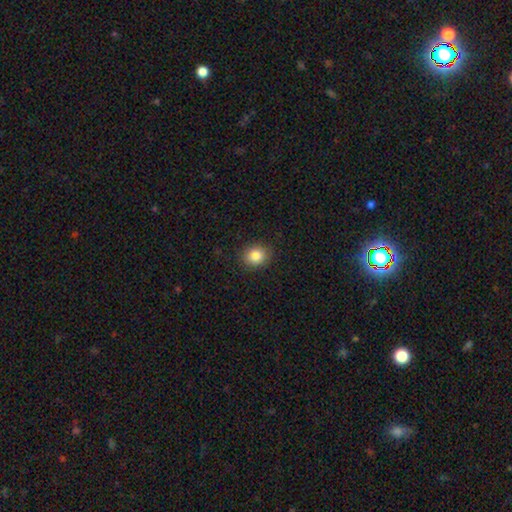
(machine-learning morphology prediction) Smooth or featured?
  - smooth: 85% *
  - star or artifact: 10%
  - featured or disk: 6%
How rounded?
  - round: 62% *
  - in between: 38%
  - cigar-shaped: 1%
Merging?
  - none: 88% *
  - minor disturbance: 9%
  - major disturbance: 2%
  - merger: 1%